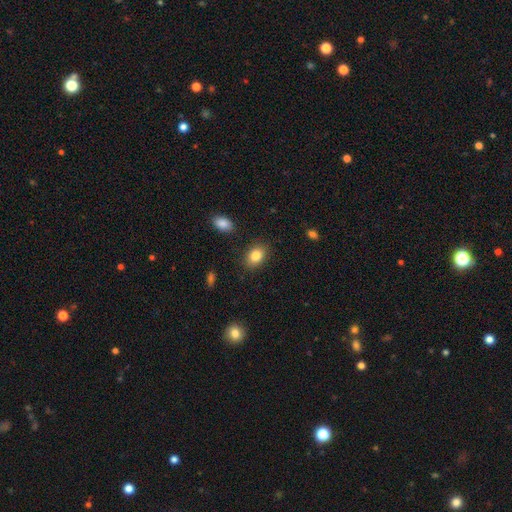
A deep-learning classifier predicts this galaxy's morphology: smooth 84%, star or artifact 9%, featured or disk 8%. Down the decision tree: how rounded — in between (77%); merging — none (87%).